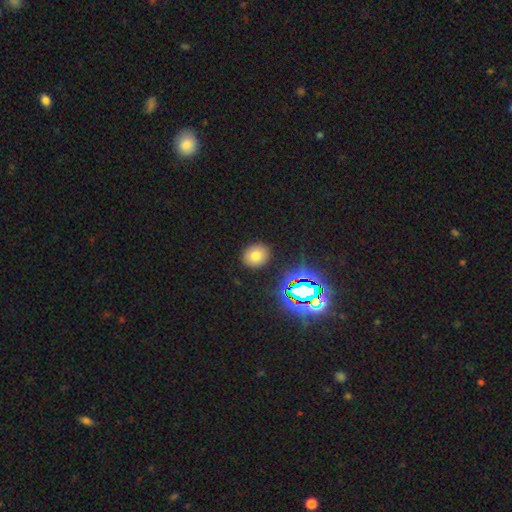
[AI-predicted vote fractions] smooth_or_featured: smooth (p=0.71) [alt: star or artifact p=0.18]
how_rounded: round (p=0.60) [alt: in between p=0.39]
merging: none (p=0.88) [alt: minor disturbance p=0.07]